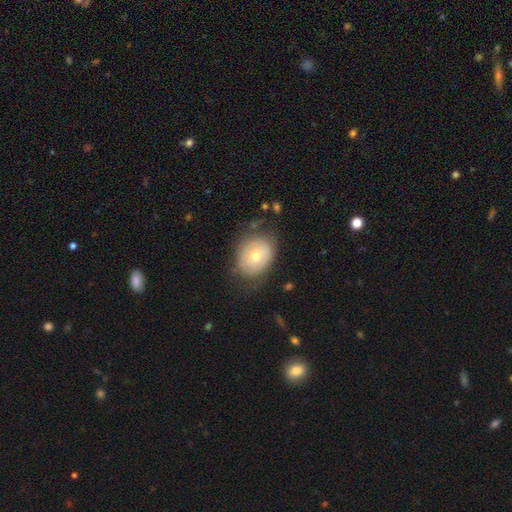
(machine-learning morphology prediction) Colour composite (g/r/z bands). It shows a smooth galaxy with no disk features (58%) that is round (51%). Merging: none (65%).